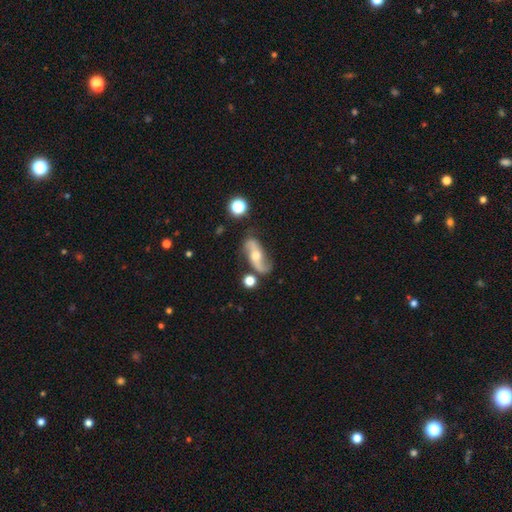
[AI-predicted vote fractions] This is likely a featured or disk galaxy (79%). It is clearly not viewed edge-on (93%). Bar: possibly no (55%). Spiral arm pattern: clearly yes (94%). Spiral arm count: clearly 2 (91%). Spiral winding: likely loose (75%). Central bulge: likely moderate (61%). Merging: likely none (66%).